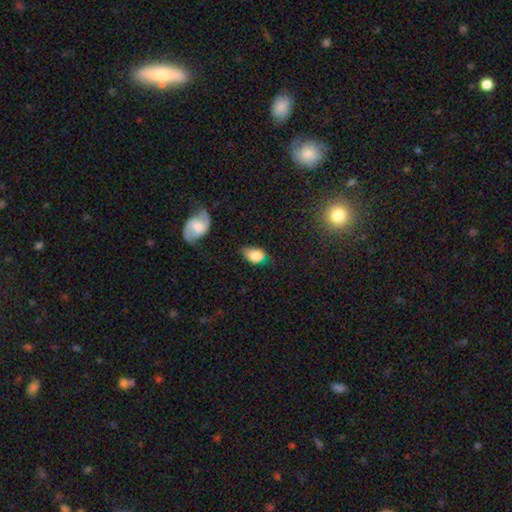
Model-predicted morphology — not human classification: This appears to be a smooth galaxy with no disk features (78%) that is in between round and cigar-shaped (83%). Merging: none (50%).